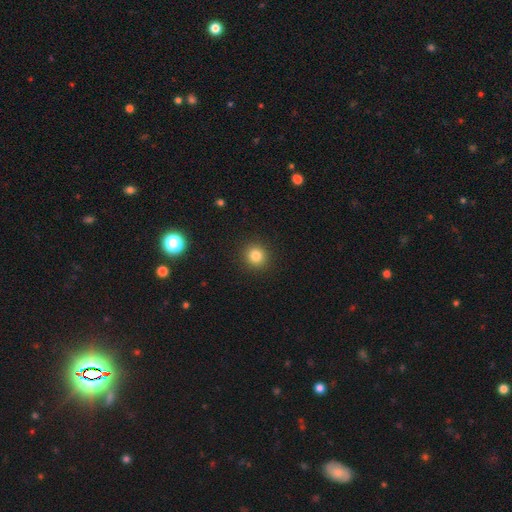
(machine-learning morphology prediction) Q: Smooth or featured?
A: smooth (83%); runner-up: star or artifact (12%)
Q: How rounded?
A: round (91%); runner-up: in between (8%)
Q: Merging?
A: none (92%); runner-up: minor disturbance (5%)